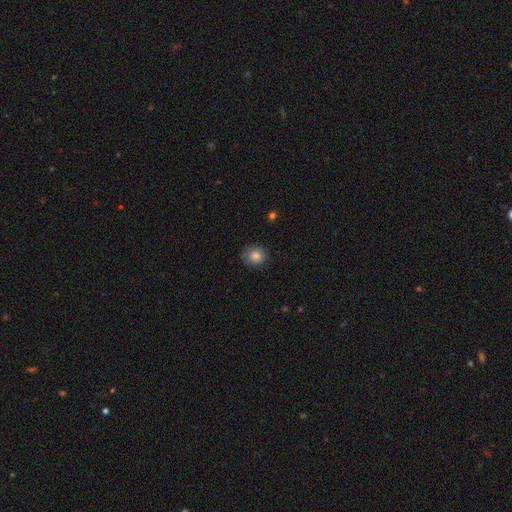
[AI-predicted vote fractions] smooth_or_featured: smooth (p=0.82) [alt: star or artifact p=0.10]
how_rounded: round (p=0.85) [alt: in between p=0.15]
merging: none (p=0.81) [alt: minor disturbance p=0.15]